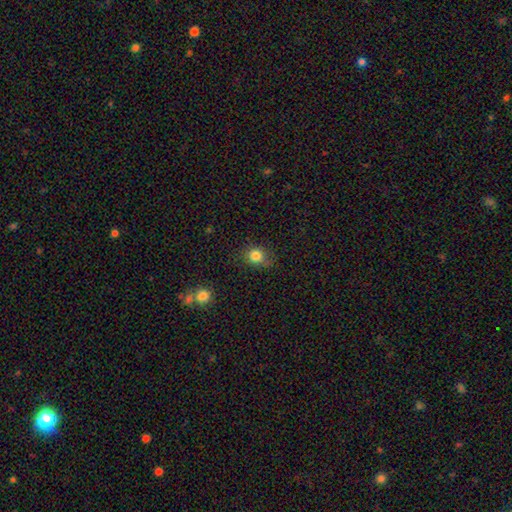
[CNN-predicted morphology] Smooth or featured? Predicted: smooth (p=0.82). How rounded? Predicted: round (p=0.73). Merging? Predicted: none (p=0.75).